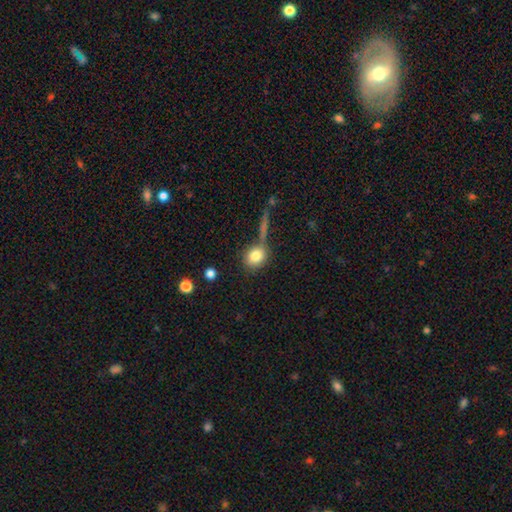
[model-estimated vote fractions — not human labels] A smooth galaxy with no disk features (81%) that is round (70%). Merging: none (66%).